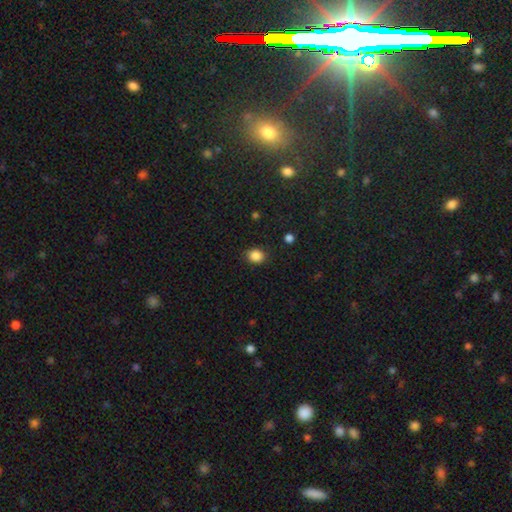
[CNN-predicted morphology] Q: Smooth or featured?
A: smooth (86%); runner-up: star or artifact (10%)
Q: How rounded?
A: round (61%); runner-up: in between (38%)
Q: Merging?
A: none (86%); runner-up: minor disturbance (10%)